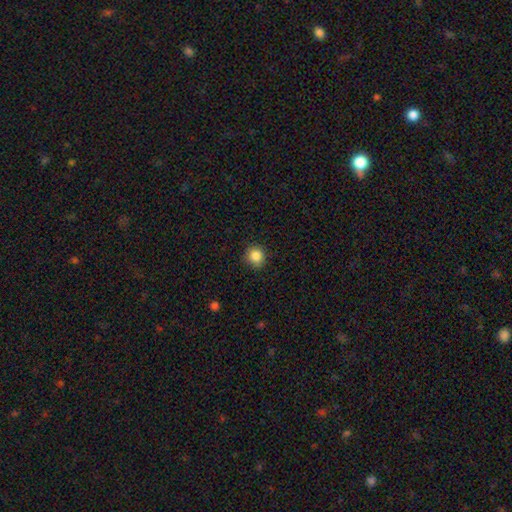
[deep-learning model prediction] smooth-or-featured: smooth: 86% | star or artifact: 10% | featured or disk: 4%
  how-rounded: round: 89% | in between: 10% | cigar-shaped: 1%
  merging: none: 87% | minor disturbance: 10% | major disturbance: 2% | merger: 1%